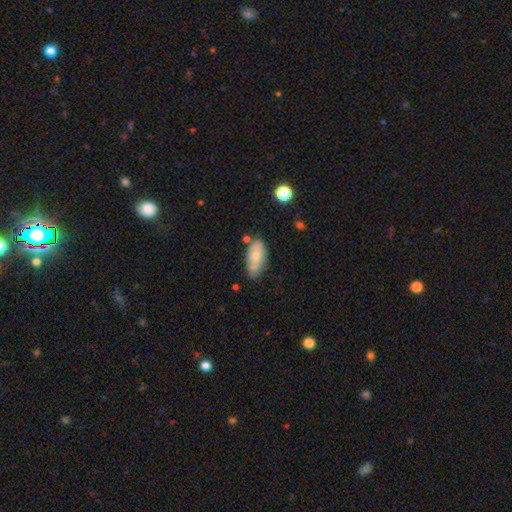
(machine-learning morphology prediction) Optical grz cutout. It shows a smooth galaxy with no disk features (70%) that is in between round and cigar-shaped (89%). Merging: none (63%).